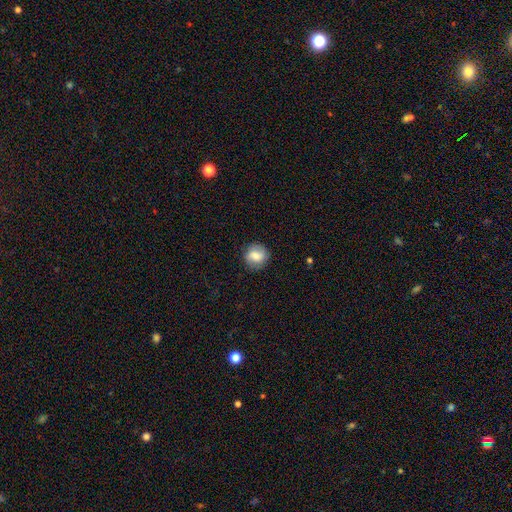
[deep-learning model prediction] smooth-or-featured: smooth: 68% | featured or disk: 23% | star or artifact: 9%
  how-rounded: round: 88% | in between: 11% | cigar-shaped: 1%
  merging: none: 85% | minor disturbance: 10% | major disturbance: 3% | merger: 1%